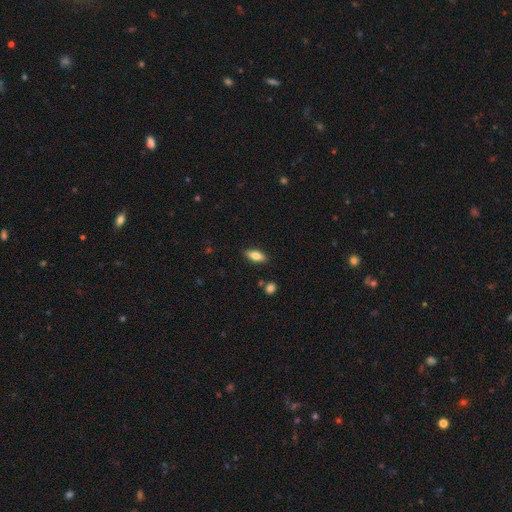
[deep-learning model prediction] This appears to be a smooth galaxy with no disk features (77%) that is in between round and cigar-shaped (82%). Merging: none (86%).